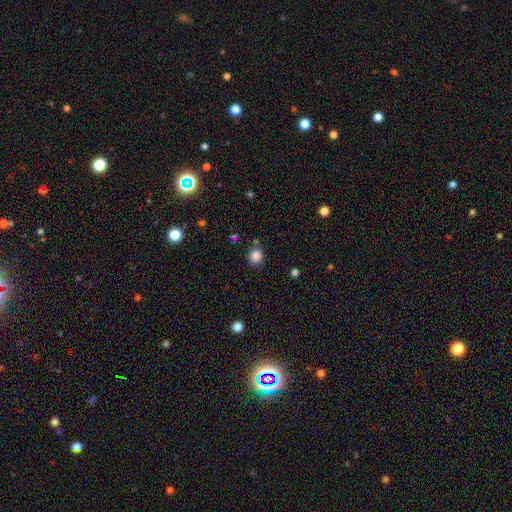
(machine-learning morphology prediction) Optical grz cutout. It shows a smooth galaxy with no disk features (84%) that is round (79%). Merging: none (79%).